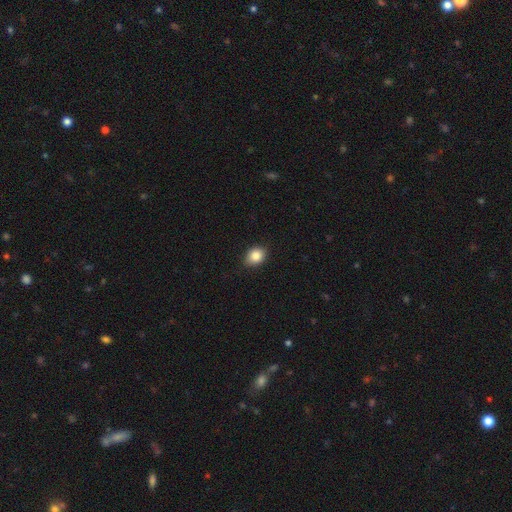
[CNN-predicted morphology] This is clearly a smooth galaxy (85%). How rounded: possibly in between (56%). Merging: clearly none (83%).